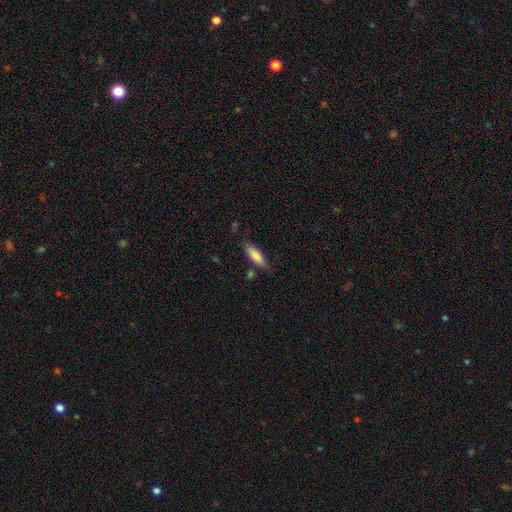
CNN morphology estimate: Smooth or featured?
  - smooth: 84% *
  - featured or disk: 10%
  - star or artifact: 6%
How rounded?
  - in between: 55% *
  - cigar-shaped: 43%
  - round: 2%
Merging?
  - none: 73% *
  - minor disturbance: 18%
  - merger: 4%
  - major disturbance: 4%